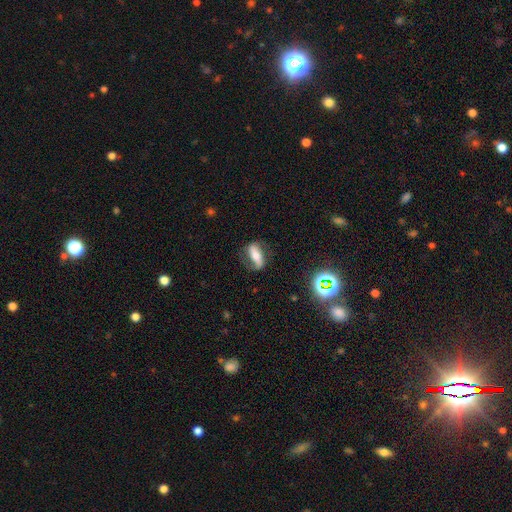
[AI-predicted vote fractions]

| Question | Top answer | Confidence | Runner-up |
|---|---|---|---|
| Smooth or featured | featured or disk | 52% | smooth (38%) |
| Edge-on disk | no | 77% | yes (23%) |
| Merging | none | 68% | minor disturbance (20%) |